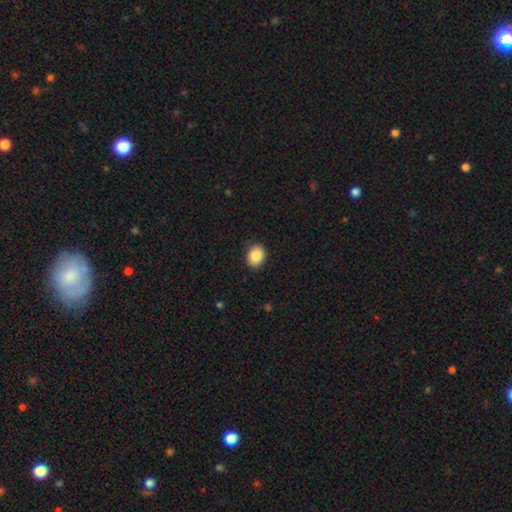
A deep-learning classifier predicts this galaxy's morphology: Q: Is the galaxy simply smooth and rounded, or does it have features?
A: smooth — 86%.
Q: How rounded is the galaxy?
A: in between — 55%.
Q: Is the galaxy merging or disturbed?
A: none — 88%.